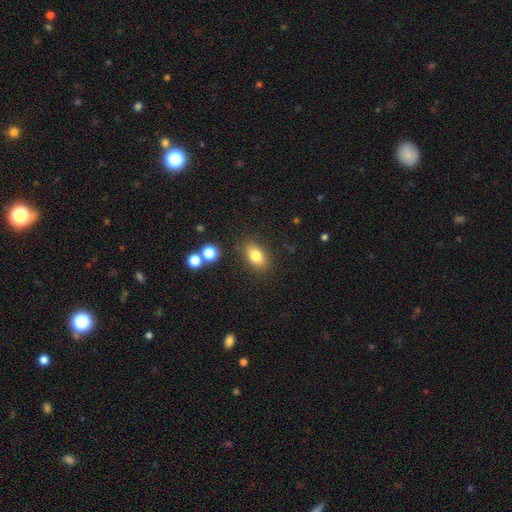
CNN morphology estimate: A smooth galaxy with no disk features (81%) that is in between round and cigar-shaped (84%). Merging: none (83%).